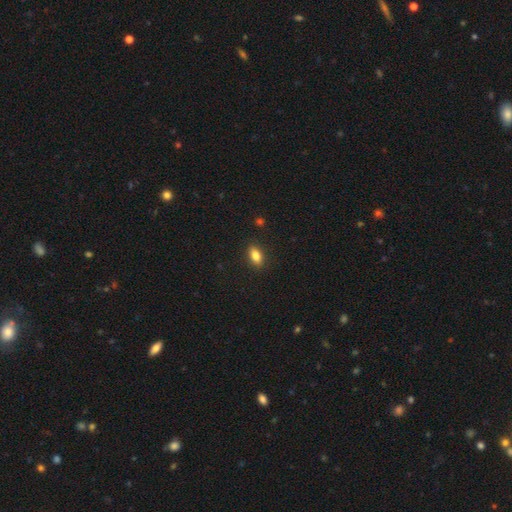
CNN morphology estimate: Smooth or featured? smooth (83%)
How rounded? in between (86%)
Merging? none (89%)